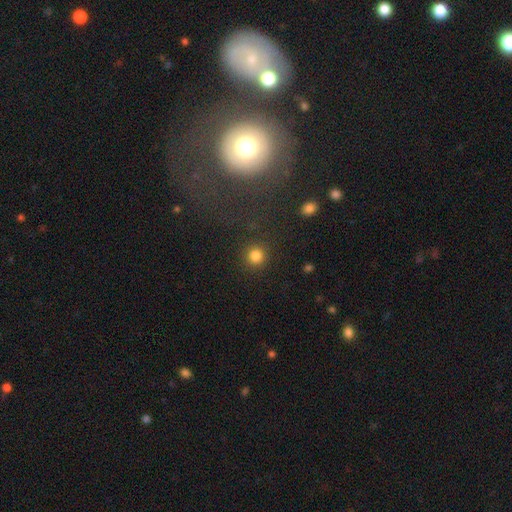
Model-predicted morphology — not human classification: A smooth galaxy with no disk features (83%) that is round (94%). Merging: none (89%).